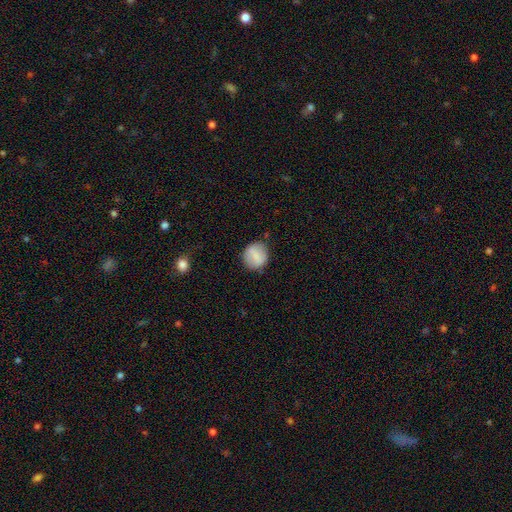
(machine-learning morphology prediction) Smooth or featured: smooth — 76% (featured or disk — 16%)
How rounded: round — 79% (in between — 20%)
Merging: none — 81% (minor disturbance — 14%)